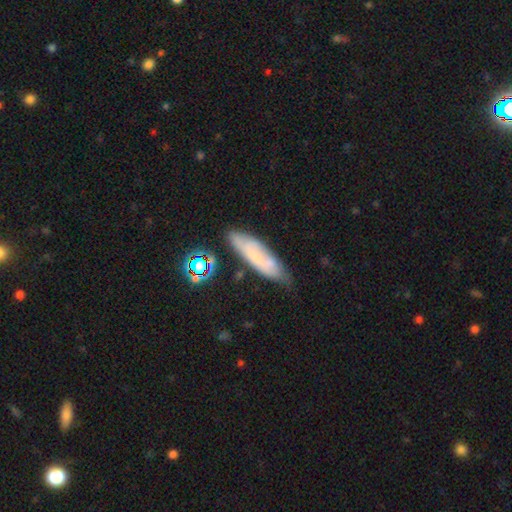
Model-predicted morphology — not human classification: Q: Smooth or featured?
A: smooth (53%); runner-up: featured or disk (36%)
Q: How rounded?
A: cigar-shaped (58%); runner-up: in between (40%)
Q: Merging?
A: none (68%); runner-up: minor disturbance (23%)